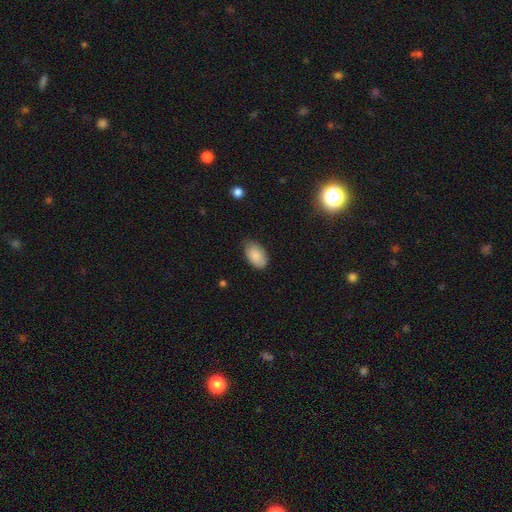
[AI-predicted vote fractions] Smooth or featured?
  - smooth: 86% *
  - featured or disk: 7%
  - star or artifact: 7%
How rounded?
  - in between: 93% *
  - round: 5%
  - cigar-shaped: 1%
Merging?
  - none: 72% *
  - minor disturbance: 23%
  - major disturbance: 4%
  - merger: 1%